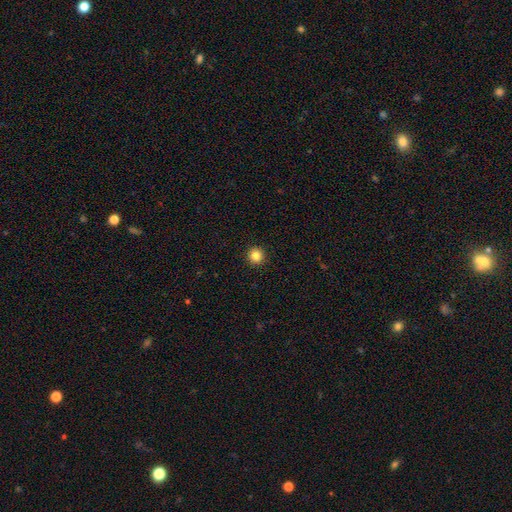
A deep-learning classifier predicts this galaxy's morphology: smooth-or-featured: smooth: 84% | star or artifact: 11% | featured or disk: 4%
  how-rounded: round: 95% | in between: 4% | cigar-shaped: 1%
  merging: none: 94% | minor disturbance: 4% | major disturbance: 1% | merger: 1%